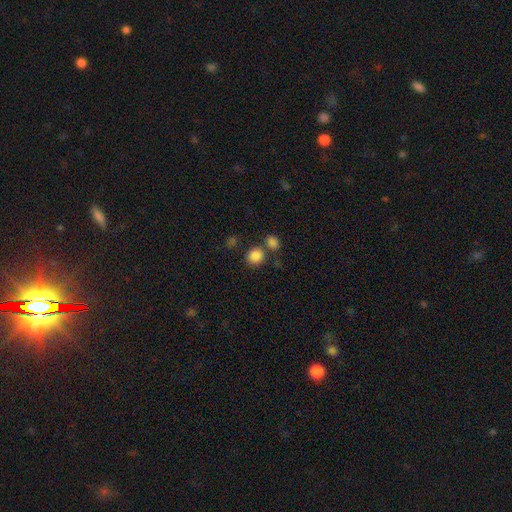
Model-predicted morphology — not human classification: Smooth or featured? smooth (85%)
How rounded? round (86%)
Merging? none (67%)